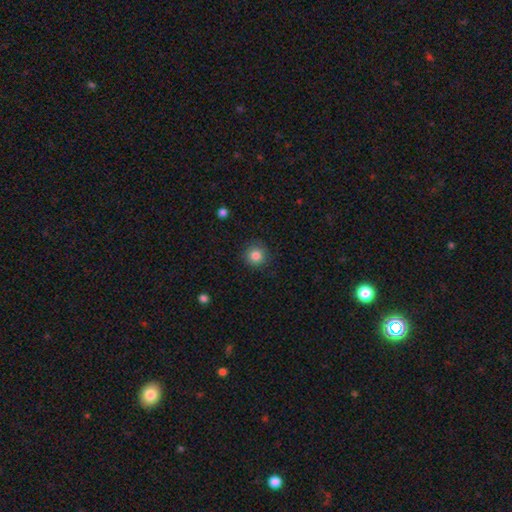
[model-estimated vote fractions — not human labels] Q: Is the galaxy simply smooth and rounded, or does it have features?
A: smooth — 84%.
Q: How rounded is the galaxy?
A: round — 94%.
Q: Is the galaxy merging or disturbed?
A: none — 88%.